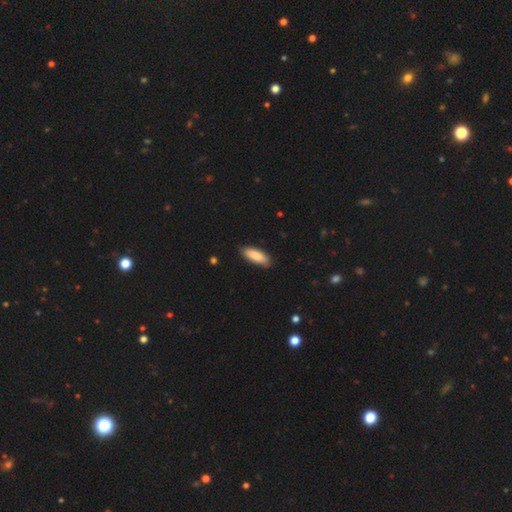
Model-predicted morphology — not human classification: A smooth galaxy with no disk features (87%) that is in between round and cigar-shaped (72%). Merging: none (85%).